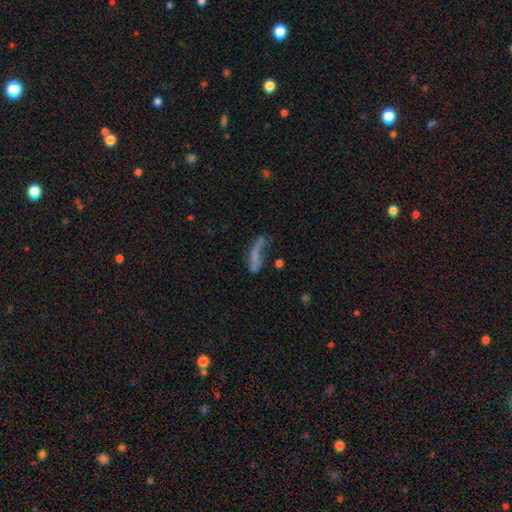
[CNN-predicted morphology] Overall: smooth (44%; featured or disk 41%). Merging: major disturbance (38%; none 30%).